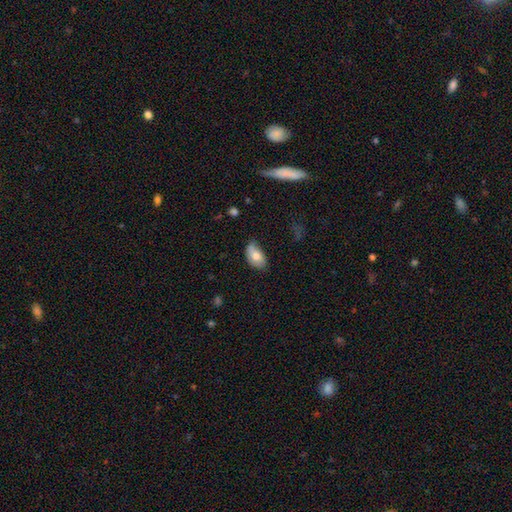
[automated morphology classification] Smooth or featured: smooth — 74% (featured or disk — 18%)
How rounded: in between — 93% (round — 5%)
Merging: none — 53% (minor disturbance — 36%)